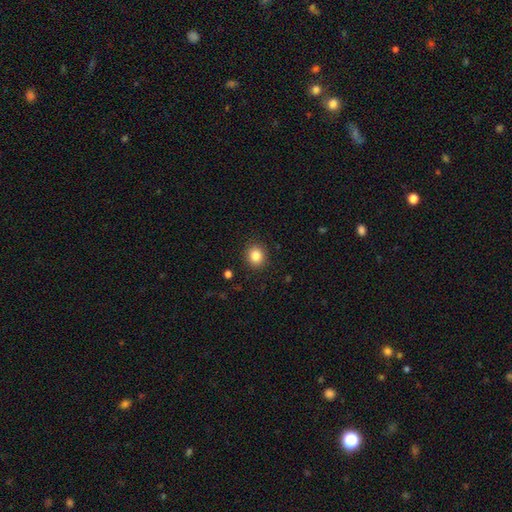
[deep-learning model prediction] A smooth galaxy with no disk features (85%) that is round (80%).

Vote fractions:
- Smooth or featured? smooth: 85% / star or artifact: 10% / featured or disk: 5%
- How rounded? round: 80% / in between: 19% / cigar-shaped: 1%
- Merging? none: 90% / minor disturbance: 7% / major disturbance: 2% / merger: 1%